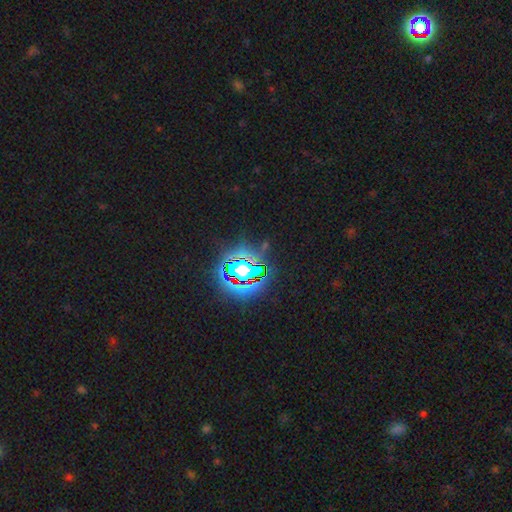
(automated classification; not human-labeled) Smooth or featured? star or artifact (82%)